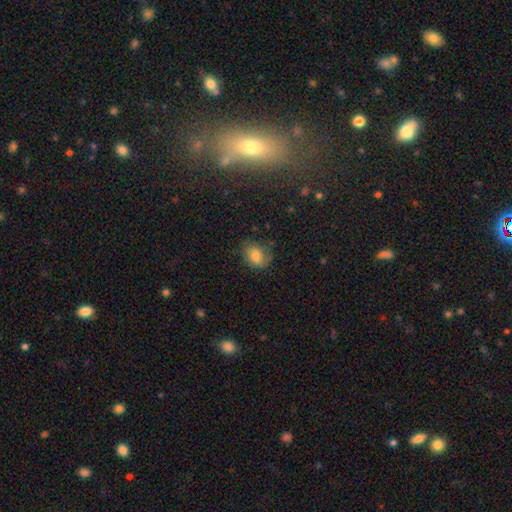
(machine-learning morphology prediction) Smooth or featured? smooth (74%)
How rounded? in between (57%)
Merging? none (64%)